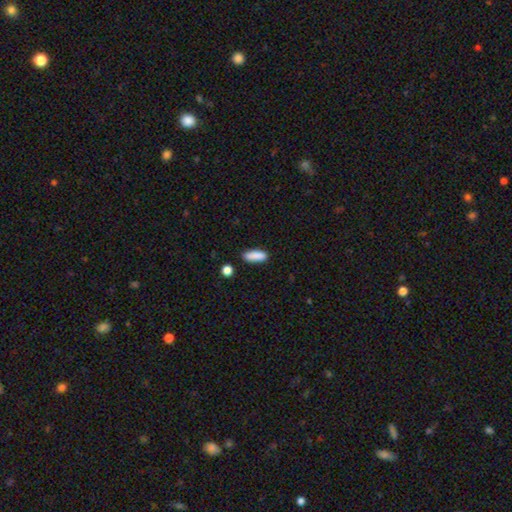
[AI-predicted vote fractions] smooth_or_featured: smooth (p=0.88) [alt: star or artifact p=0.07]
how_rounded: in between (p=0.63) [alt: cigar-shaped p=0.35]
merging: none (p=0.82) [alt: minor disturbance p=0.12]